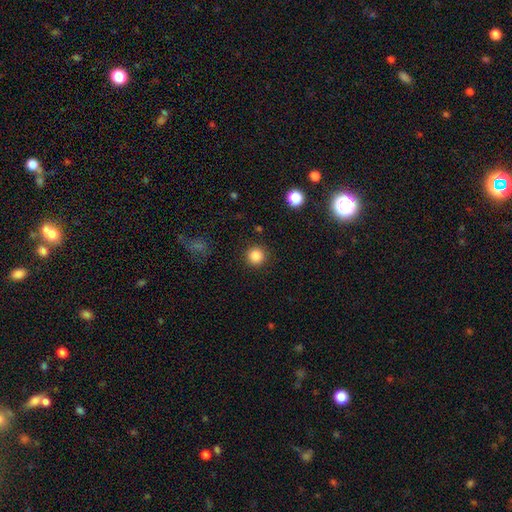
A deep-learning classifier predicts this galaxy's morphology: Smooth or featured? Predicted: smooth (p=0.86). How rounded? Predicted: round (p=0.95). Merging? Predicted: none (p=0.91).